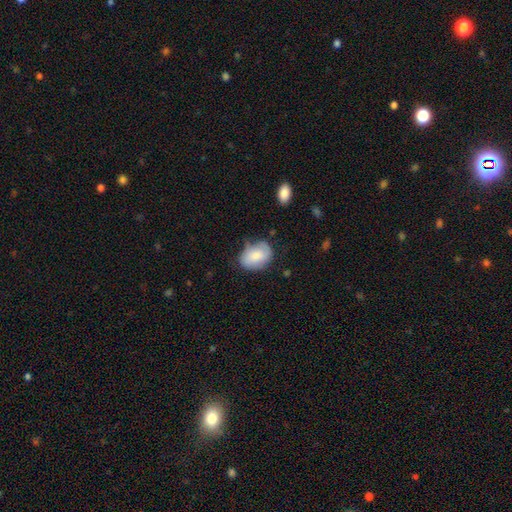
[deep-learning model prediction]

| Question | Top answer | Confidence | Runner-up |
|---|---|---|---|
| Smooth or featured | smooth | 75% | featured or disk (18%) |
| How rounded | in between | 73% | round (26%) |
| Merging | none | 57% | minor disturbance (32%) |